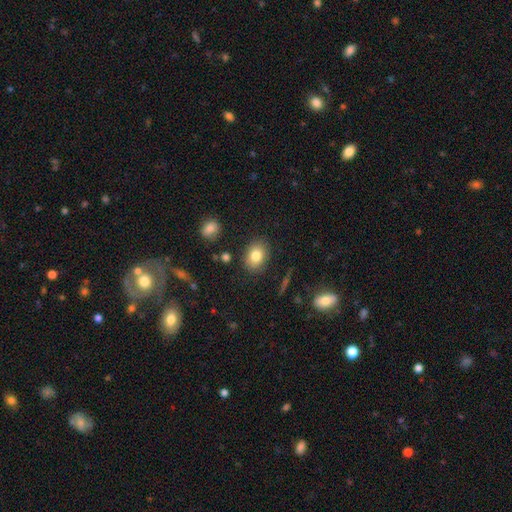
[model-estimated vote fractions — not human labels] A smooth galaxy with no disk features (81%) that is in between round and cigar-shaped (67%).

Vote fractions:
- Smooth or featured? smooth: 81% / featured or disk: 10% / star or artifact: 9%
- How rounded? in between: 67% / round: 32% / cigar-shaped: 1%
- Merging? none: 85% / minor disturbance: 10% / major disturbance: 3% / merger: 2%